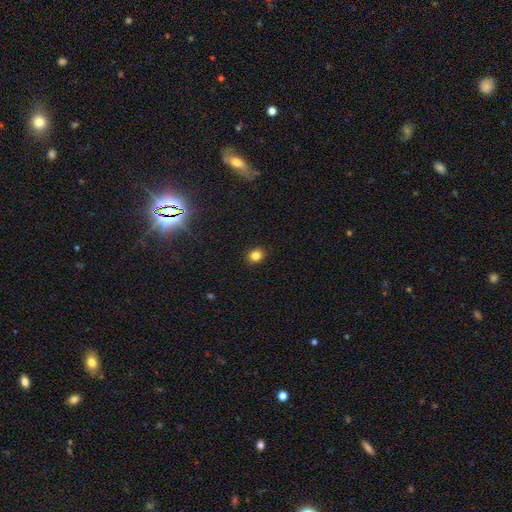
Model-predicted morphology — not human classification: Smooth or featured: smooth — 82% (star or artifact — 13%)
How rounded: round — 66% (in between — 33%)
Merging: none — 89% (minor disturbance — 8%)